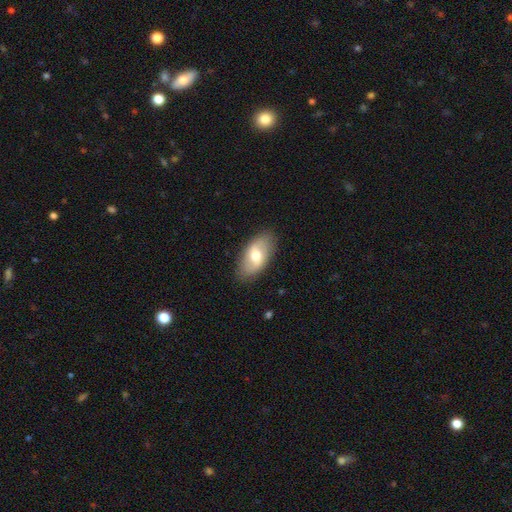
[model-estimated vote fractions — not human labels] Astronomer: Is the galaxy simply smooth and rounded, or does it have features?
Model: smooth — 57% (runner-up: featured or disk, 37%).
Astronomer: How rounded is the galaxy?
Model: in between — 92%.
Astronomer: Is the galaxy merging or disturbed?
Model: none — 84%.